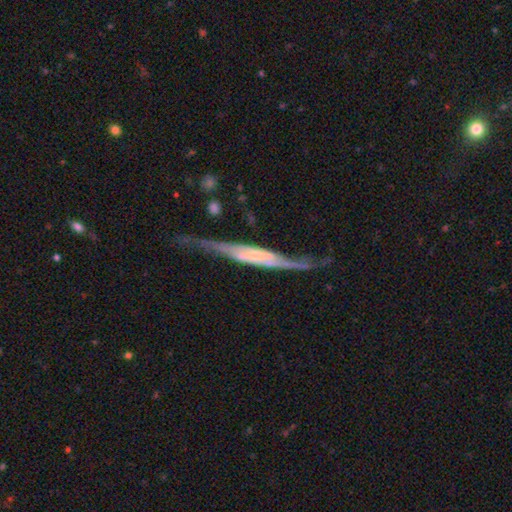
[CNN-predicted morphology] smooth-or-featured: featured or disk: 84% | smooth: 11% | star or artifact: 5%
  disk-edge-on: yes: 68% | no: 32%
    edge-on-bulge: rounded: 44% | none: 29% | boxy: 26%
  merging: none: 57% | minor disturbance: 23% | major disturbance: 16% | merger: 4%